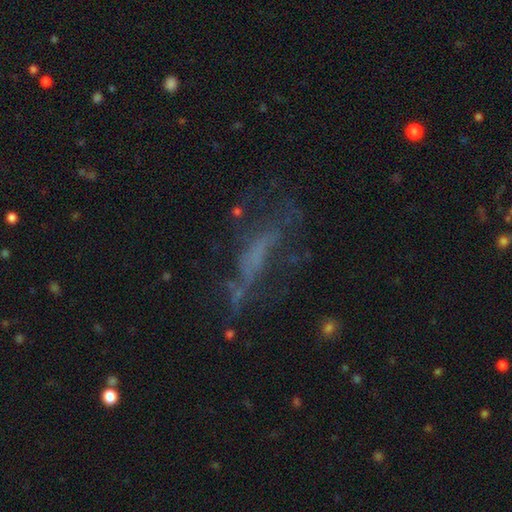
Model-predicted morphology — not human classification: Q: Smooth or featured?
A: featured or disk (46%); runner-up: smooth (30%)
Q: Merging?
A: none (42%); runner-up: major disturbance (33%)